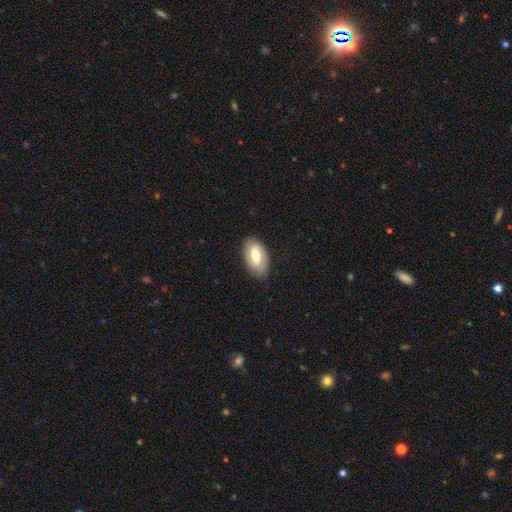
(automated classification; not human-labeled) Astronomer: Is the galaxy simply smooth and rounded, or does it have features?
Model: smooth — 55% (runner-up: featured or disk, 39%).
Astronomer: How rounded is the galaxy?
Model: in between — 93%.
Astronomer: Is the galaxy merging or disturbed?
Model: none — 84%.